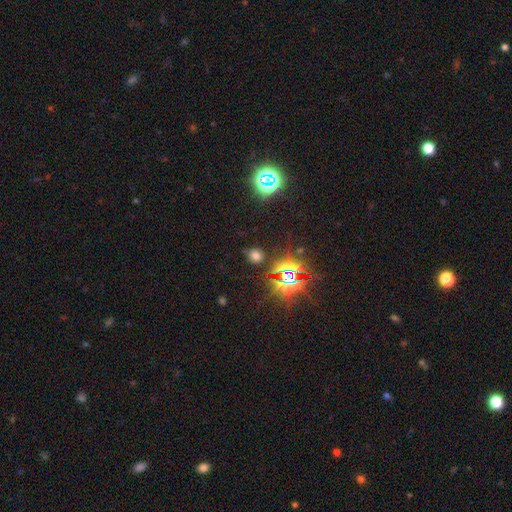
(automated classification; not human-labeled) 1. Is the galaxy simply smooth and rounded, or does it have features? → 56% smooth, 38% star or artifact, 7% featured or disk.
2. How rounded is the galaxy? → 83% round, 16% in between, 1% cigar-shaped.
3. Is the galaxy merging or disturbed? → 83% none, 11% minor disturbance, 4% major disturbance, 3% merger.